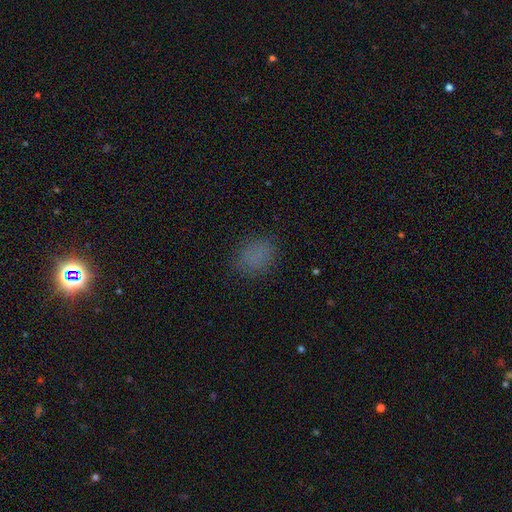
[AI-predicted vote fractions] Smooth or featured? smooth (78%)
How rounded? in between (53%)
Merging? none (82%)